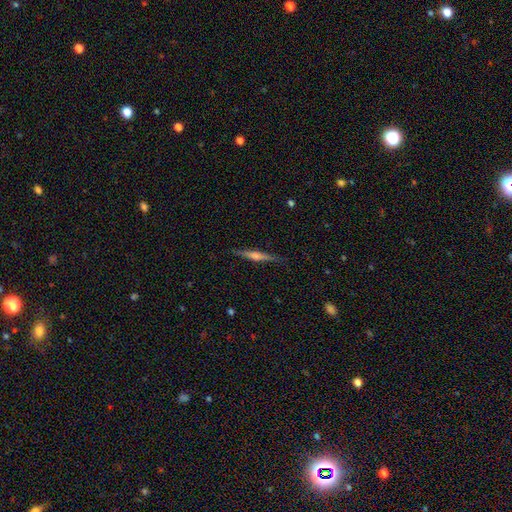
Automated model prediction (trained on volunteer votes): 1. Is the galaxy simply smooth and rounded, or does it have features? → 75% featured or disk, 18% smooth, 6% star or artifact.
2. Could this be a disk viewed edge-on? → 98% yes, 2% no.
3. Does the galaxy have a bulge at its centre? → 78% rounded, 13% boxy, 9% none.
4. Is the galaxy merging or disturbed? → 89% none, 8% minor disturbance, 2% major disturbance, 1% merger.